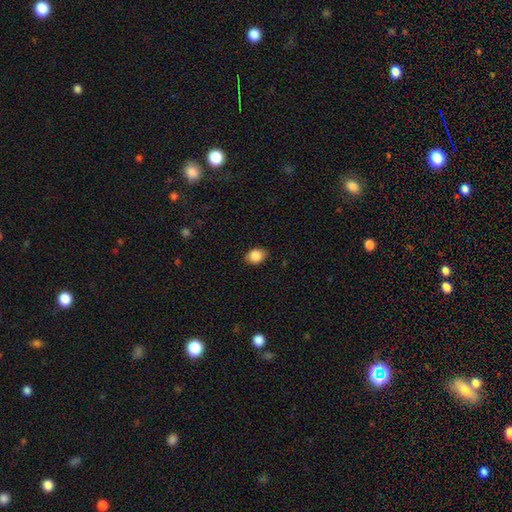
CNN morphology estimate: Overall: smooth (87%). How rounded: in between (68%; round 31%). Merging: none (85%).